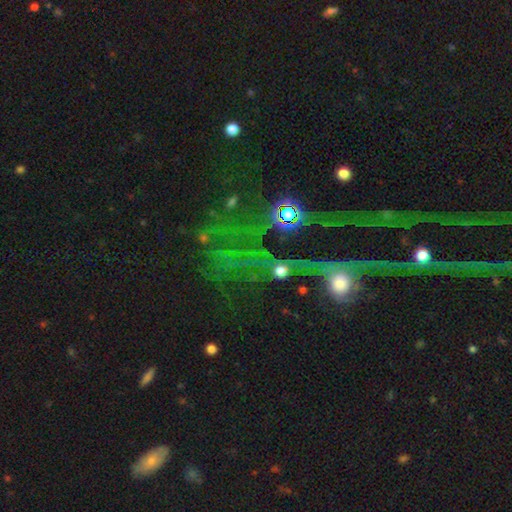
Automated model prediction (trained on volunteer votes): This is likely a star or artifact rather than a galaxy (62%).